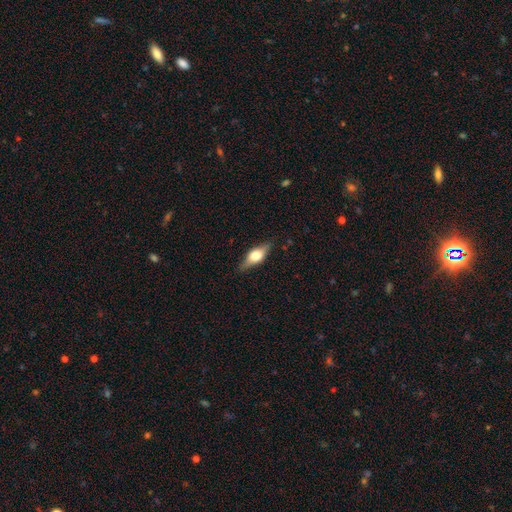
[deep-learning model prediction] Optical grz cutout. It shows a featured or disk galaxy (52%) viewed edge-on (93%). Merging: none (84%).